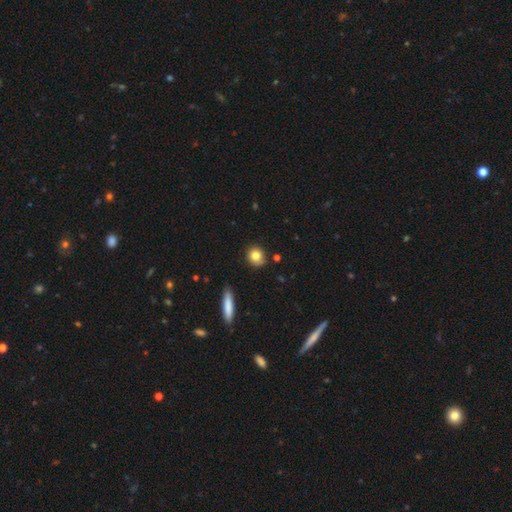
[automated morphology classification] A smooth galaxy with no disk features (81%) that is round (78%). Merging: none (79%).